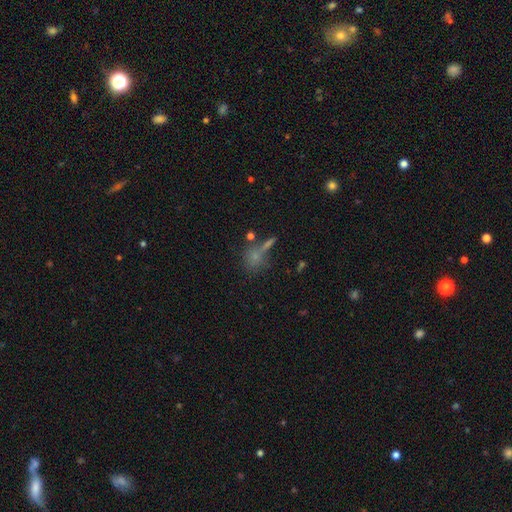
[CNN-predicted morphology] Overall: smooth (62%; star or artifact 22%). How rounded: round (64%; in between 28%). Merging: none (57%; merger 20%).